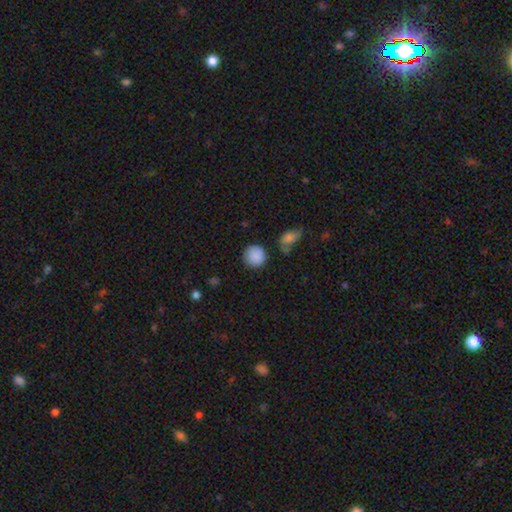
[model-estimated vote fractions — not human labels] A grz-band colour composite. It shows a smooth galaxy with no disk features (88%) that is round (92%). Merging: none (83%).